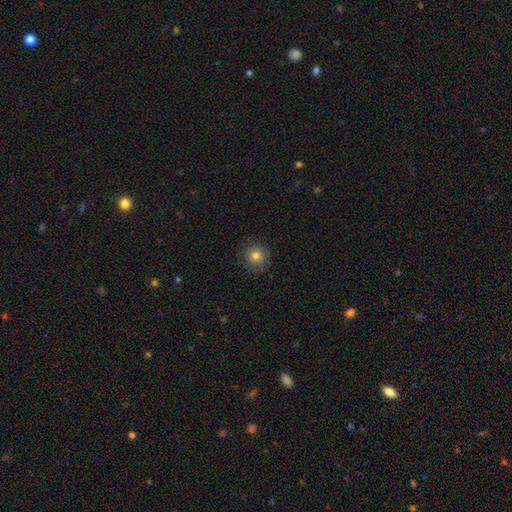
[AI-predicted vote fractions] Q: Smooth or featured?
A: smooth (80%); runner-up: star or artifact (12%)
Q: How rounded?
A: round (92%); runner-up: in between (7%)
Q: Merging?
A: none (87%); runner-up: minor disturbance (9%)